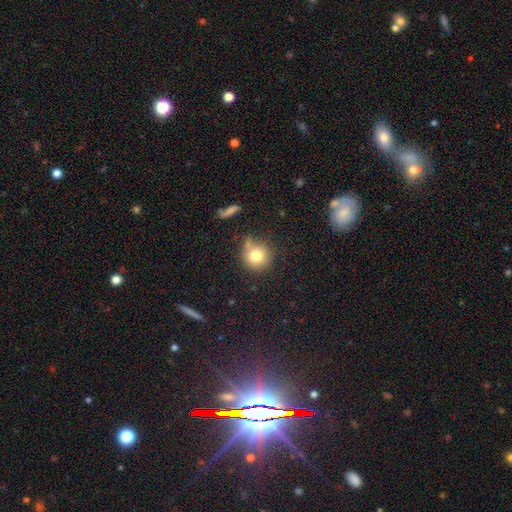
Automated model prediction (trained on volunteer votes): This appears to be a smooth galaxy with no disk features (78%) that is round (91%). Merging: none (65%).